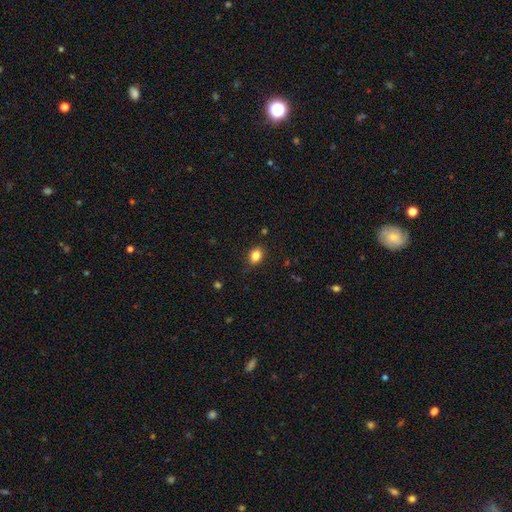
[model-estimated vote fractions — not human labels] smooth_or_featured: smooth (p=0.85) [alt: star or artifact p=0.10]
how_rounded: in between (p=0.66) [alt: round p=0.32]
merging: none (p=0.82) [alt: minor disturbance p=0.14]